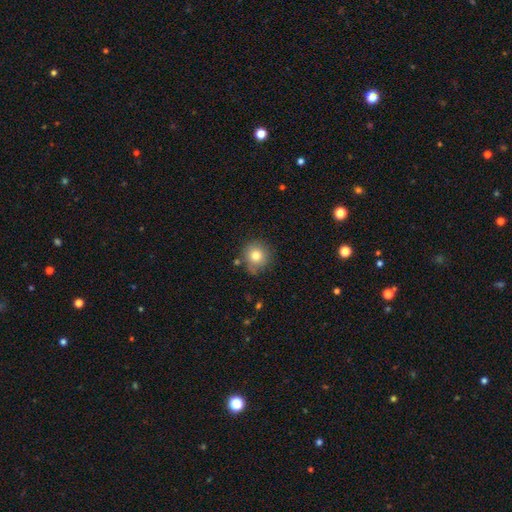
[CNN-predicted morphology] This appears to be a smooth galaxy with no disk features (78%) that is round (90%). Merging: none (77%).